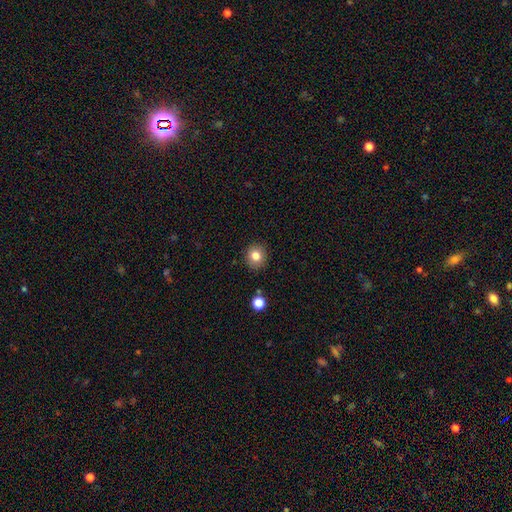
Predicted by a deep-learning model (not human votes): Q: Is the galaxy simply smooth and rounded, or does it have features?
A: smooth — 82%.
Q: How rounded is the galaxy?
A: round — 85%.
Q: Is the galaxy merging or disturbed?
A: none — 89%.